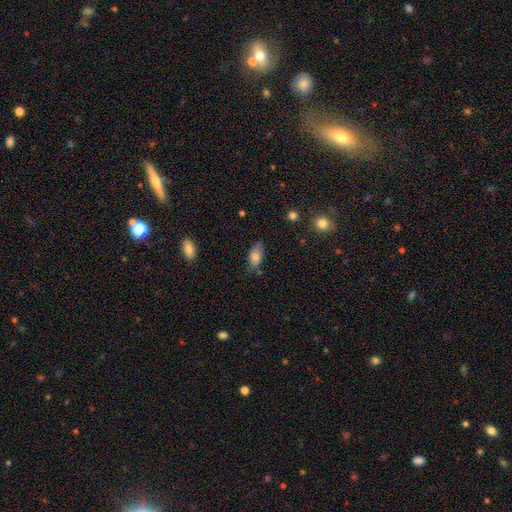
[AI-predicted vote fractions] Smooth or featured? smooth (82%)
How rounded? in between (90%)
Merging? none (65%)